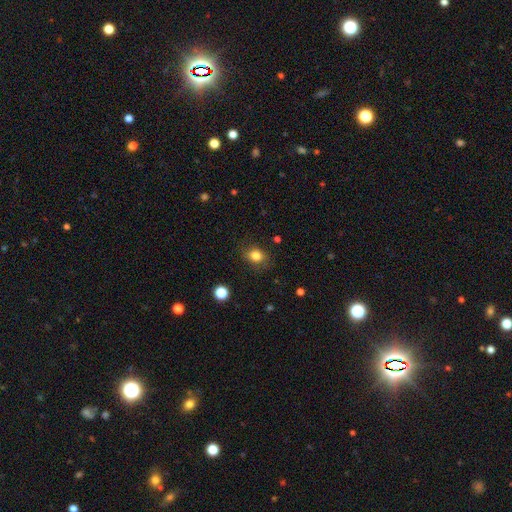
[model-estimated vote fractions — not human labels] A smooth galaxy with no disk features (82%) that is round (54%). Merging: none (82%).